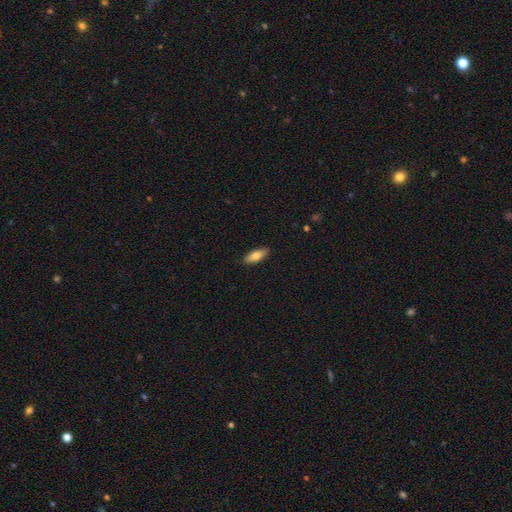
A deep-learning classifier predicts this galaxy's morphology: Overall: smooth (78%). How rounded: in between (67%; cigar-shaped 31%). Merging: none (89%).